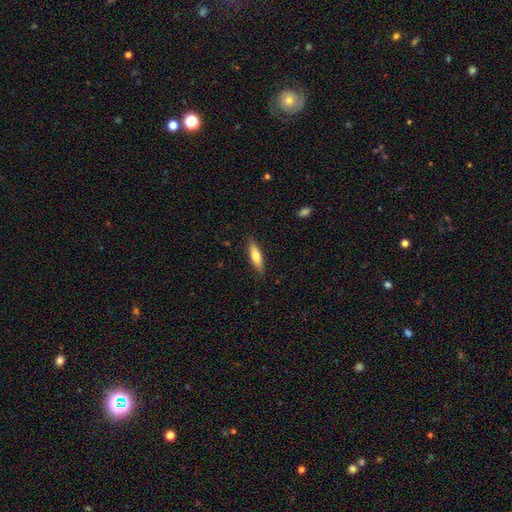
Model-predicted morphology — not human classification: type=smooth (68%); roundness=cigar-shaped (61%); merging=none (87%).